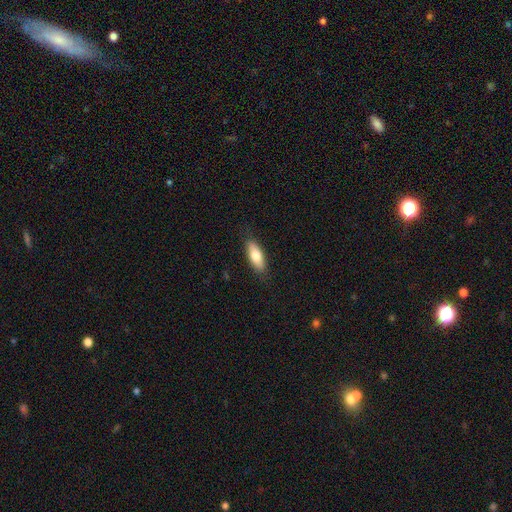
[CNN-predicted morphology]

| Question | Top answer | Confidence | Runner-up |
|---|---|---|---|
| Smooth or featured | smooth | 76% | featured or disk (18%) |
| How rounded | in between | 72% | cigar-shaped (26%) |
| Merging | none | 85% | minor disturbance (11%) |